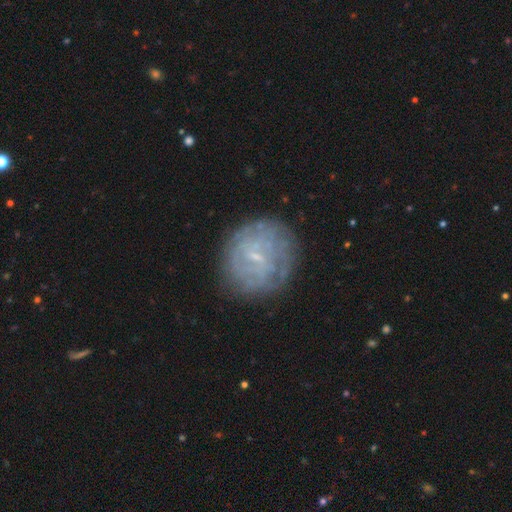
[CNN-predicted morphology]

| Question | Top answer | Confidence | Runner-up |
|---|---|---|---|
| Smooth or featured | featured or disk | 64% | smooth (25%) |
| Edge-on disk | no | 97% | yes (3%) |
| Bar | weak | 51% | no (36%) |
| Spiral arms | yes | 67% | no (33%) |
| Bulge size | small | 74% | none (15%) |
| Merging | none | 78% | minor disturbance (14%) |